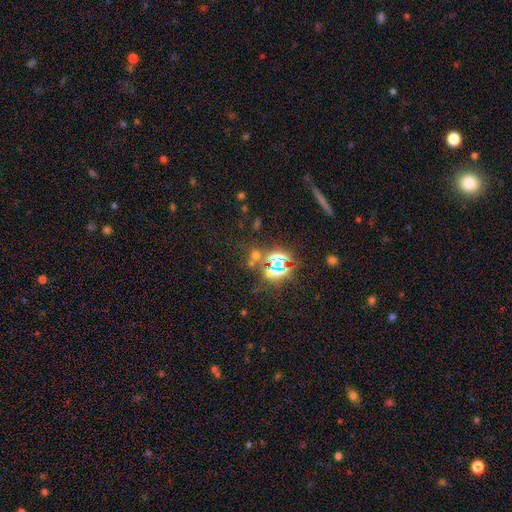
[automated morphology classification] Smooth or featured? Predicted: star or artifact (p=0.61).